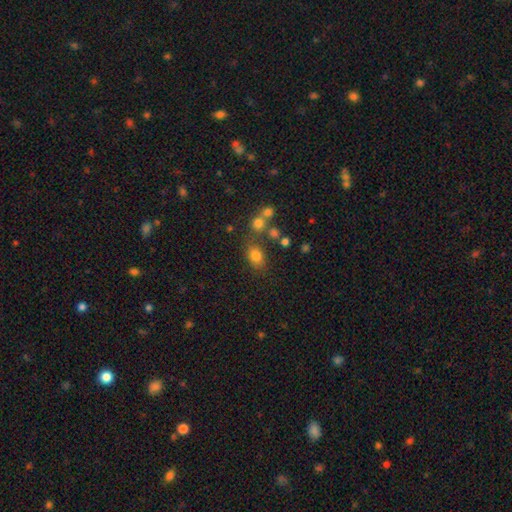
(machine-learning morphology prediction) Q: Smooth or featured?
A: smooth (77%); runner-up: star or artifact (14%)
Q: How rounded?
A: in between (68%); runner-up: round (30%)
Q: Merging?
A: none (67%); runner-up: minor disturbance (14%)